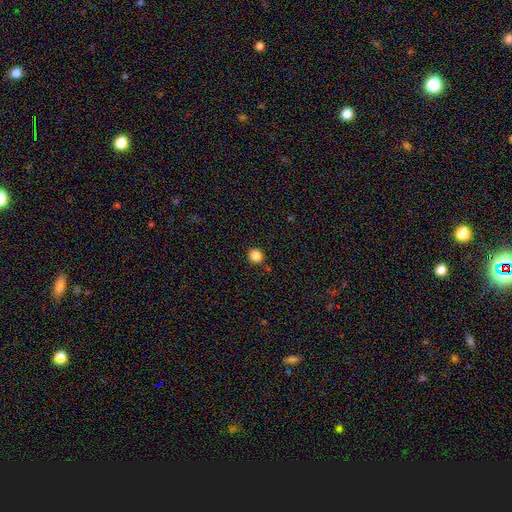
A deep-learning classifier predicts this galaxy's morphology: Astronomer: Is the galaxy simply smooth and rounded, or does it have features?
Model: smooth — 85%.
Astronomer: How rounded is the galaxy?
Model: round — 88%.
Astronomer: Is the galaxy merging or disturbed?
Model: none — 89%.